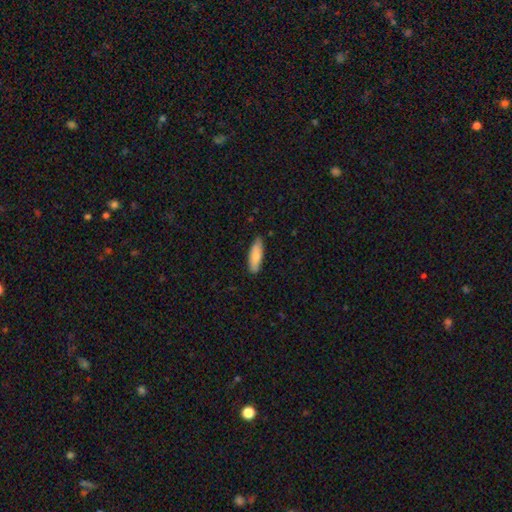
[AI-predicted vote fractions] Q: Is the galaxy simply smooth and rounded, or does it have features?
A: smooth — 83%.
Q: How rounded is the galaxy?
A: in between — 51%.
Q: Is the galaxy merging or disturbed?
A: none — 83%.